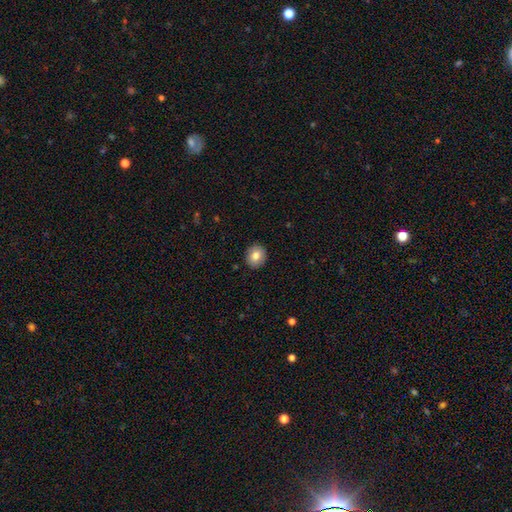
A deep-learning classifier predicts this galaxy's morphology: Overall: smooth (80%). How rounded: round (79%). Merging: none (90%).